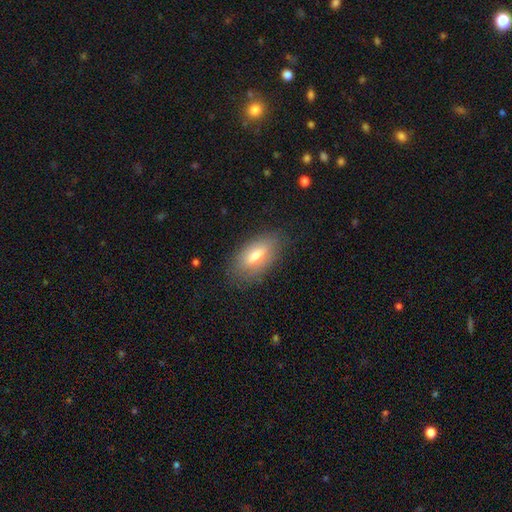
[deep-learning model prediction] This appears to be a smooth galaxy with no disk features (73%) that is in between round and cigar-shaped (84%). Merging: none (81%).